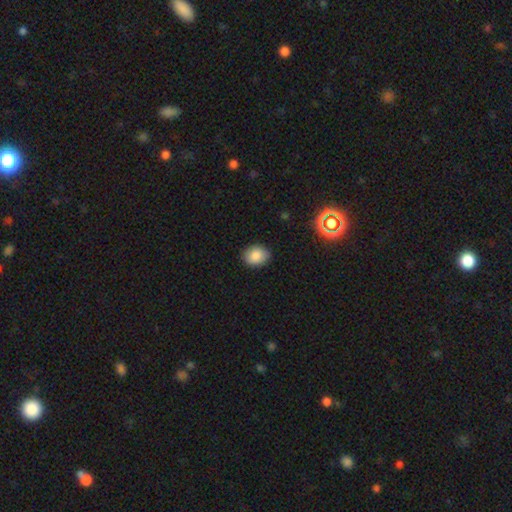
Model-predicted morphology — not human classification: A smooth galaxy with no disk features (86%) that is in between round and cigar-shaped (59%). Merging: none (87%).